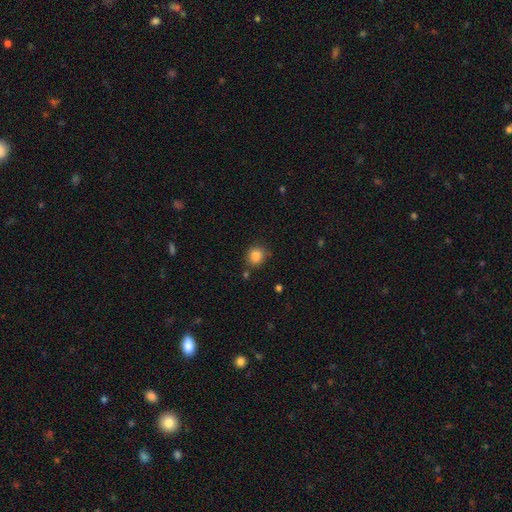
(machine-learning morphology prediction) type=smooth (86%); roundness=round (83%); merging=none (79%).